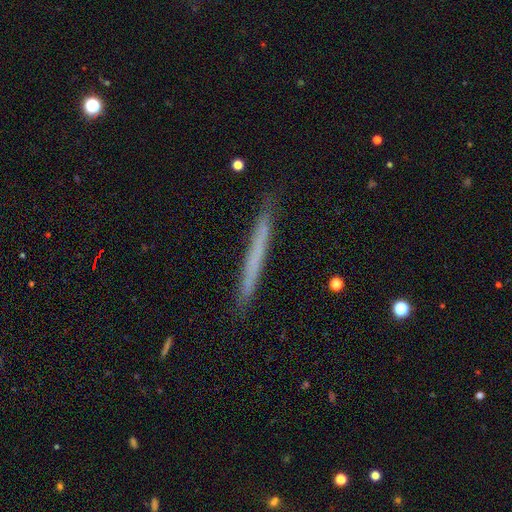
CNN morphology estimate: Smooth or featured? Predicted: smooth (p=0.52). How rounded? Predicted: cigar-shaped (p=0.97). Merging? Predicted: none (p=0.90).